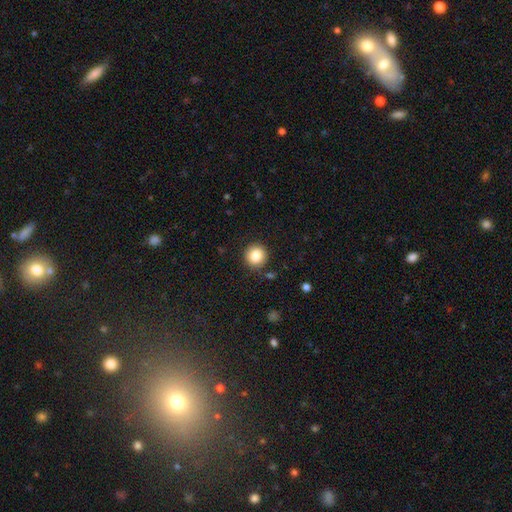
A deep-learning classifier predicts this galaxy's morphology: type=smooth (85%); roundness=round (93%); merging=none (89%).